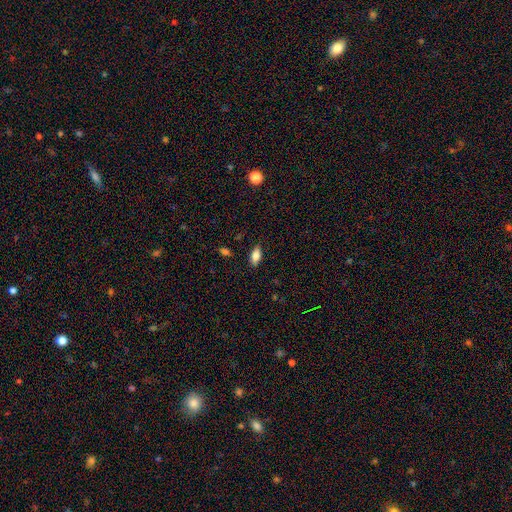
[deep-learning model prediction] Smooth or featured? Predicted: smooth (p=0.77). How rounded? Predicted: in between (p=0.86). Merging? Predicted: none (p=0.85).